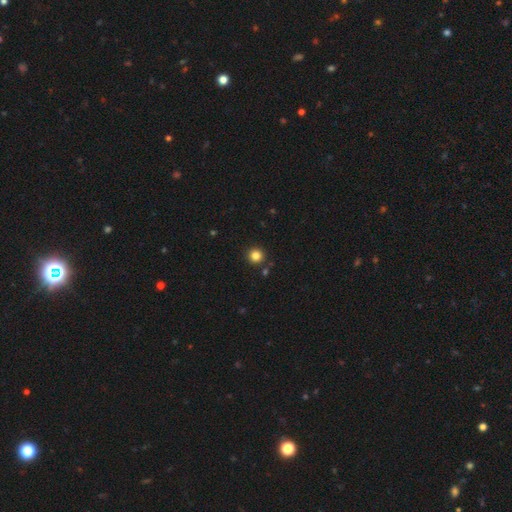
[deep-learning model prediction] Smooth or featured? Predicted: smooth (p=0.84). How rounded? Predicted: round (p=0.95). Merging? Predicted: none (p=0.90).